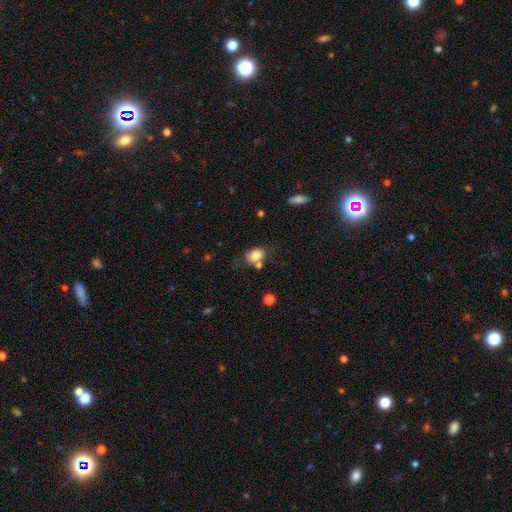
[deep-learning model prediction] Smooth or featured? Predicted: smooth (p=0.80). How rounded? Predicted: in between (p=0.64). Merging? Predicted: none (p=0.57).